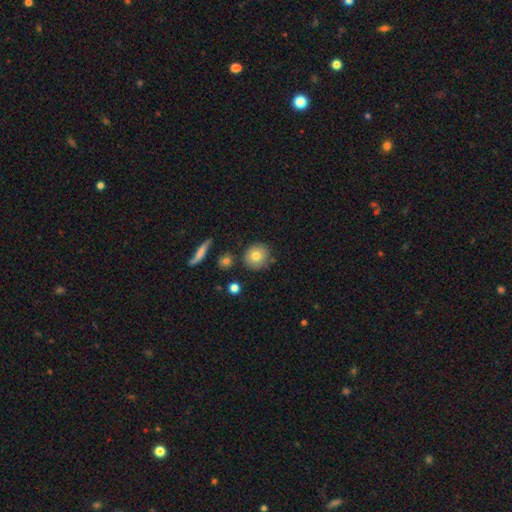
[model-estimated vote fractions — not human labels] Smooth or featured?
  - smooth: 77% *
  - featured or disk: 13%
  - star or artifact: 10%
How rounded?
  - round: 89% *
  - in between: 9%
  - cigar-shaped: 1%
Merging?
  - none: 80% *
  - minor disturbance: 12%
  - merger: 5%
  - major disturbance: 3%